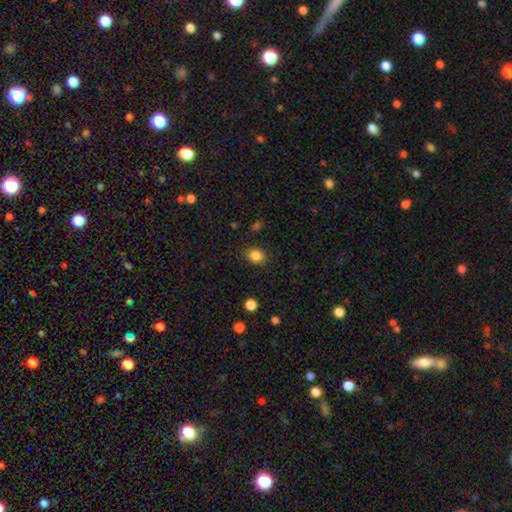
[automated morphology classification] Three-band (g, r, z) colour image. It shows a smooth galaxy with no disk features (85%) that is round (51%). Merging: none (85%).